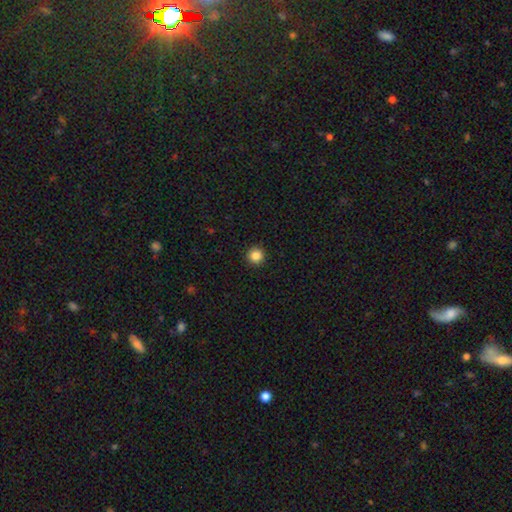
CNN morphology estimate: smooth_or_featured: smooth (p=0.86) [alt: star or artifact p=0.11]
how_rounded: round (p=0.96) [alt: in between p=0.03]
merging: none (p=0.93) [alt: minor disturbance p=0.04]